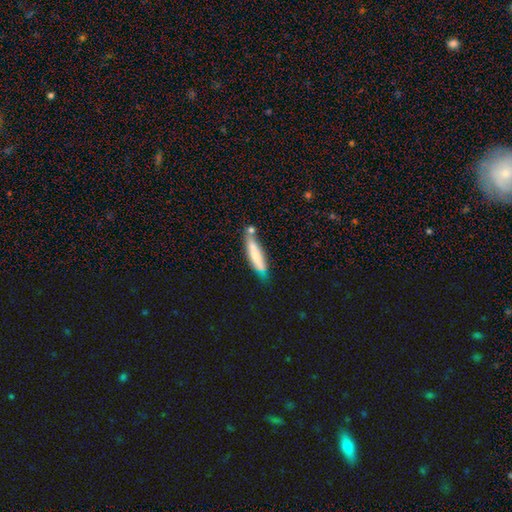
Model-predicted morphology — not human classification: A smooth galaxy with no disk features (67%) that is cigar-shaped (82%).

Vote fractions:
- Smooth or featured? smooth: 67% / featured or disk: 27% / star or artifact: 6%
- How rounded? cigar-shaped: 82% / in between: 17% / round: 1%
- Merging? none: 55% / minor disturbance: 23% / merger: 16% / major disturbance: 6%